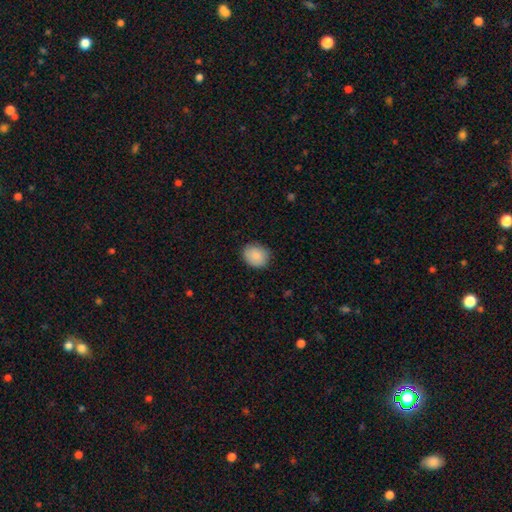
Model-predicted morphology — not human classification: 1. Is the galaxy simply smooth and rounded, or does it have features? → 87% smooth, 7% star or artifact, 6% featured or disk.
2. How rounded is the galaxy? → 60% round, 40% in between, 1% cigar-shaped.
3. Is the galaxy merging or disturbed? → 85% none, 12% minor disturbance, 2% major disturbance, 1% merger.